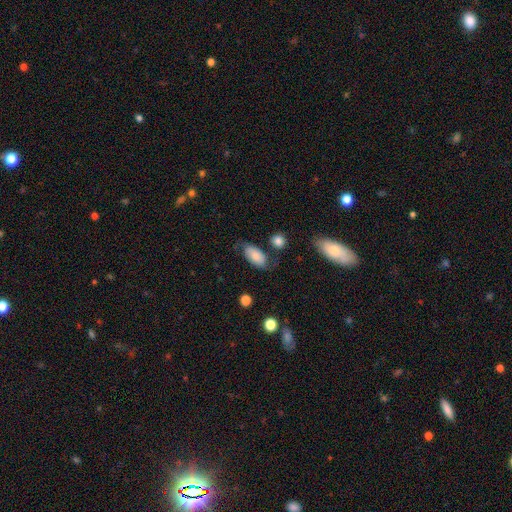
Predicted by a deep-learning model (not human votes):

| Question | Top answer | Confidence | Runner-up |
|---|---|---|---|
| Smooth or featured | smooth | 74% | featured or disk (18%) |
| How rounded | in between | 93% | round (4%) |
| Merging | none | 62% | minor disturbance (25%) |